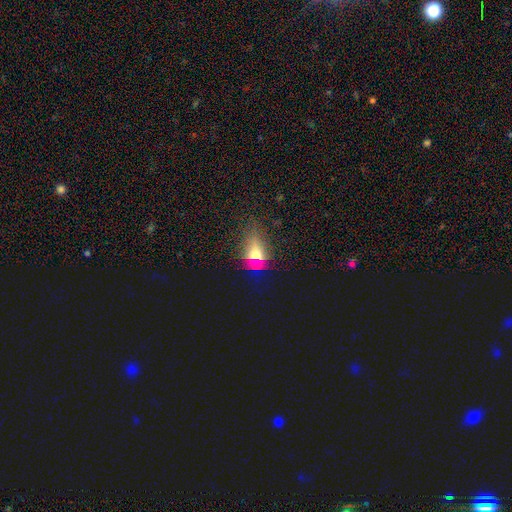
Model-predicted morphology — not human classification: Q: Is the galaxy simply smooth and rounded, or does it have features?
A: smooth — 46%.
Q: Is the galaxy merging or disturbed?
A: none — 61%.